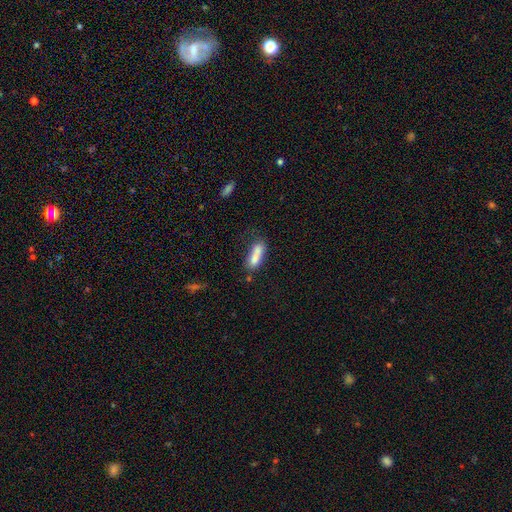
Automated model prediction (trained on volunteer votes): A smooth galaxy with no disk features (72%) that is in between round and cigar-shaped (62%).

Vote fractions:
- Smooth or featured? smooth: 72% / featured or disk: 18% / star or artifact: 9%
- How rounded? in between: 62% / cigar-shaped: 33% / round: 5%
- Merging? merger: 42% / none: 32% / minor disturbance: 17% / major disturbance: 9%